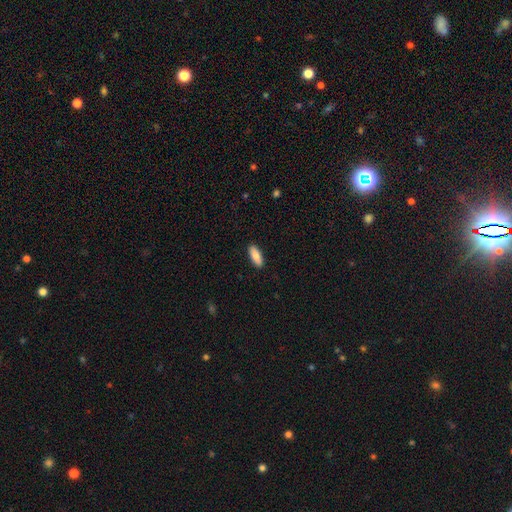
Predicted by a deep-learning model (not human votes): Smooth or featured? smooth (85%)
How rounded? in between (71%)
Merging? none (90%)